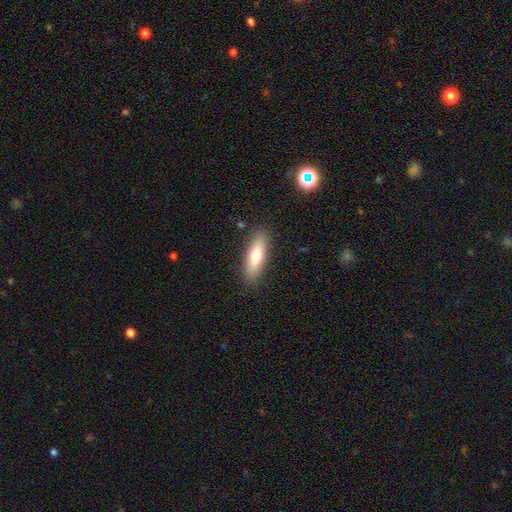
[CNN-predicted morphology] This is likely a smooth galaxy (70%). How rounded: possibly cigar-shaped (49%, tied with in between). Merging: clearly none (87%).